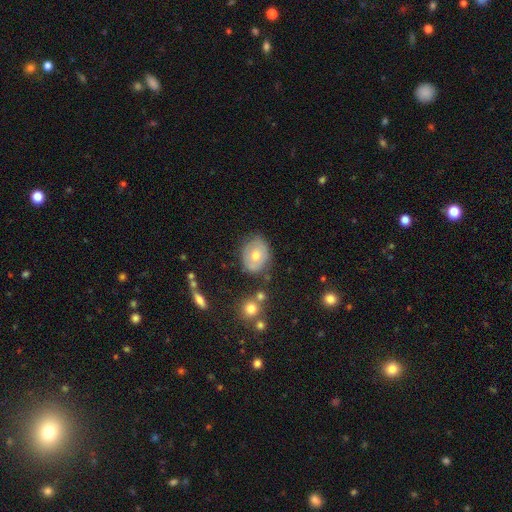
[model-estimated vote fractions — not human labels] Morphology: type=smooth (51%); roundness=round (51%); merging=none (70%).